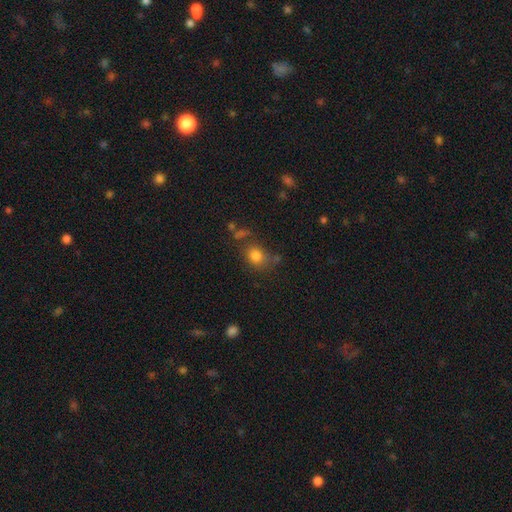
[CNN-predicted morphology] A smooth galaxy with no disk features (80%) that is round (58%).

Vote fractions:
- Smooth or featured? smooth: 80% / star or artifact: 12% / featured or disk: 8%
- How rounded? round: 58% / in between: 41% / cigar-shaped: 1%
- Merging? none: 65% / minor disturbance: 18% / merger: 9% / major disturbance: 8%